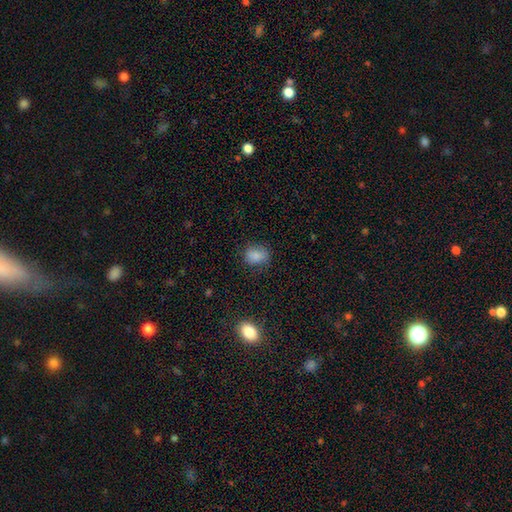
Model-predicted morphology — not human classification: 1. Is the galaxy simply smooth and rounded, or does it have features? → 84% smooth, 11% star or artifact, 5% featured or disk.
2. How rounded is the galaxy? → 55% in between, 44% round, 1% cigar-shaped.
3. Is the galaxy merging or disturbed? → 75% none, 19% minor disturbance, 5% major disturbance, 1% merger.